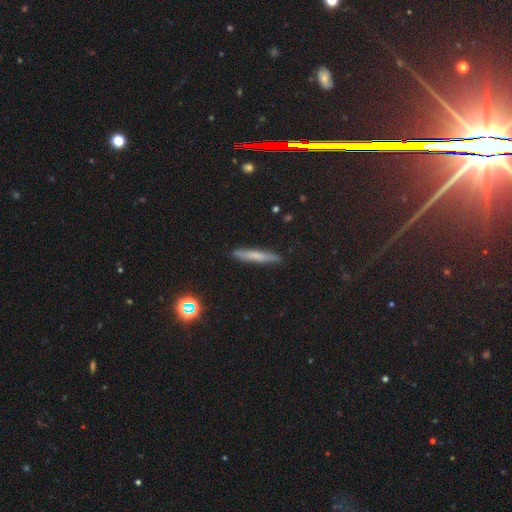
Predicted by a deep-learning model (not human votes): smooth_or_featured: smooth (p=0.60) [alt: featured or disk p=0.30]
how_rounded: cigar-shaped (p=0.93) [alt: in between p=0.05]
merging: none (p=0.90) [alt: minor disturbance p=0.07]